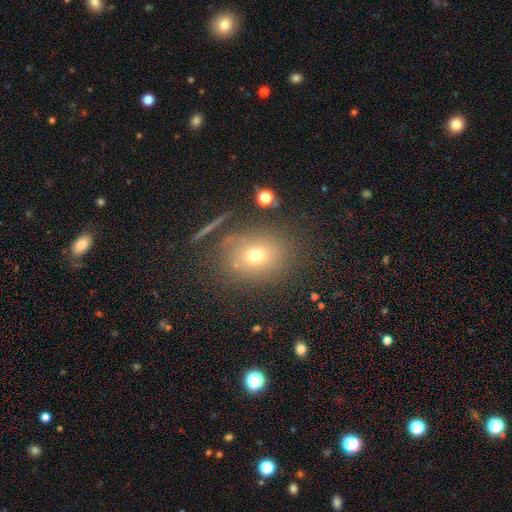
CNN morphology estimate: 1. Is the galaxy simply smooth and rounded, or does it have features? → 67% smooth, 18% star or artifact, 15% featured or disk.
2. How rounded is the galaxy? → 53% round, 45% in between, 2% cigar-shaped.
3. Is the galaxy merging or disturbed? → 78% none, 12% minor disturbance, 6% major disturbance, 4% merger.